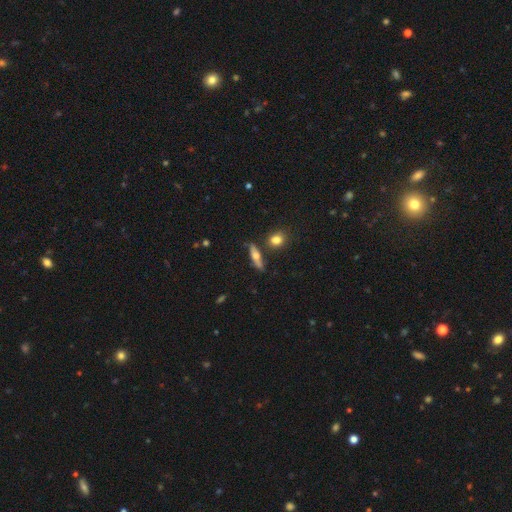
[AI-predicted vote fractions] Smooth or featured: featured or disk — 50% (smooth — 41%)
Edge-on disk: yes — 84% (no — 16%)
Merging: none — 72% (minor disturbance — 16%)